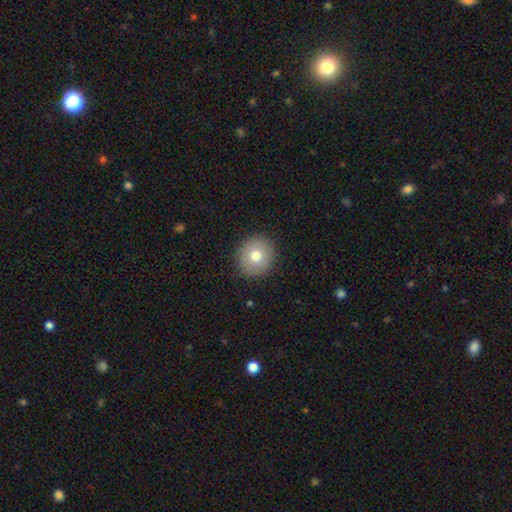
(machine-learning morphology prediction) A smooth galaxy with no disk features (76%) that is round (91%). Merging: none (90%).